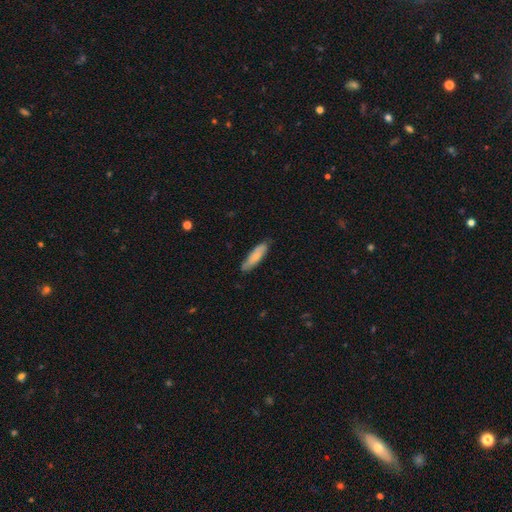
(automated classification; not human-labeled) Overall: smooth (77%). How rounded: cigar-shaped (64%; in between 35%). Merging: none (80%).